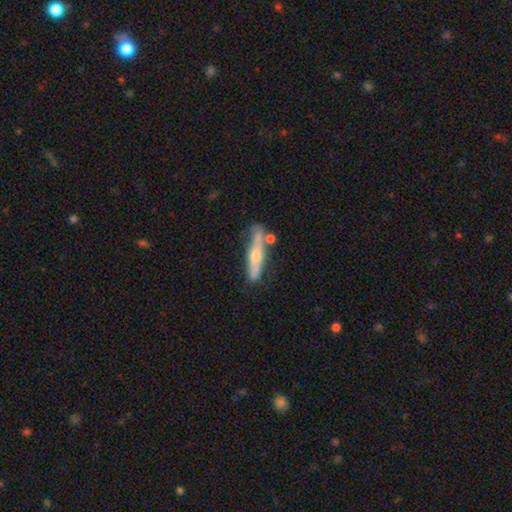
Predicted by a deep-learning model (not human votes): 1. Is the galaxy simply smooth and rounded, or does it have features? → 51% featured or disk, 43% smooth, 6% star or artifact.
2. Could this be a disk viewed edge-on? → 83% yes, 17% no.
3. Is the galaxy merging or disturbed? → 60% none, 21% minor disturbance, 13% merger, 7% major disturbance.